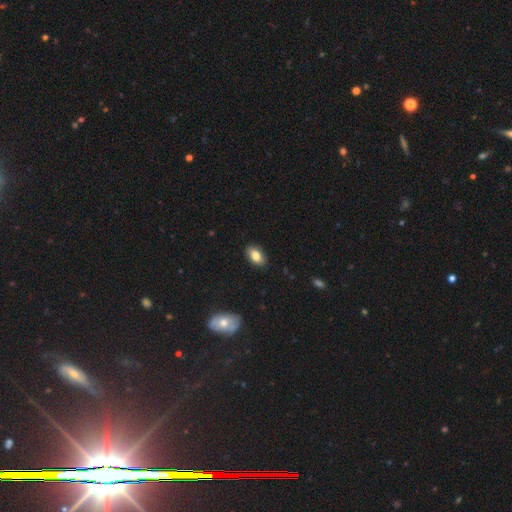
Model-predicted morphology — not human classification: Overall: smooth (82%). How rounded: in between (91%). Merging: none (88%).